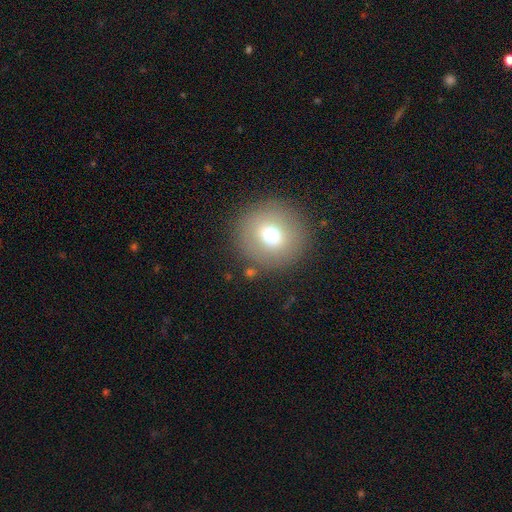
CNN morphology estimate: Overall: smooth (68%). How rounded: round (93%). Merging: none (89%).